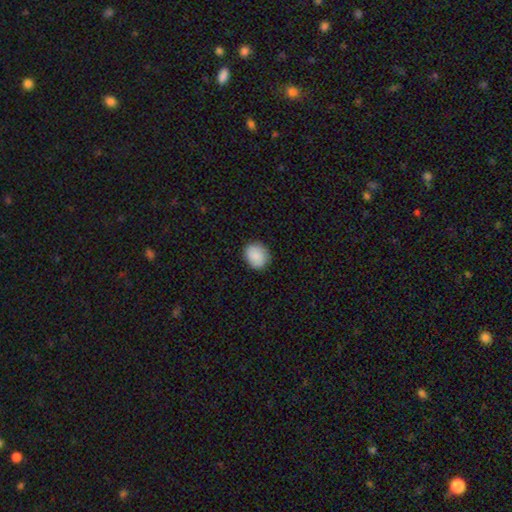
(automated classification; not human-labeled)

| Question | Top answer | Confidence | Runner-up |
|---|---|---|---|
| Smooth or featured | smooth | 87% | star or artifact (7%) |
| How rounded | round | 66% | in between (33%) |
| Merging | none | 83% | minor disturbance (13%) |